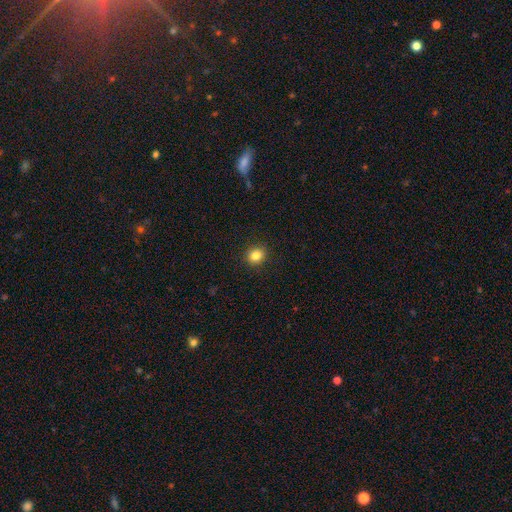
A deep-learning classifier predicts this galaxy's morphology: Smooth or featured?
  - smooth: 84% *
  - star or artifact: 11%
  - featured or disk: 5%
How rounded?
  - round: 82% *
  - in between: 18%
  - cigar-shaped: 1%
Merging?
  - none: 91% *
  - minor disturbance: 6%
  - major disturbance: 2%
  - merger: 1%